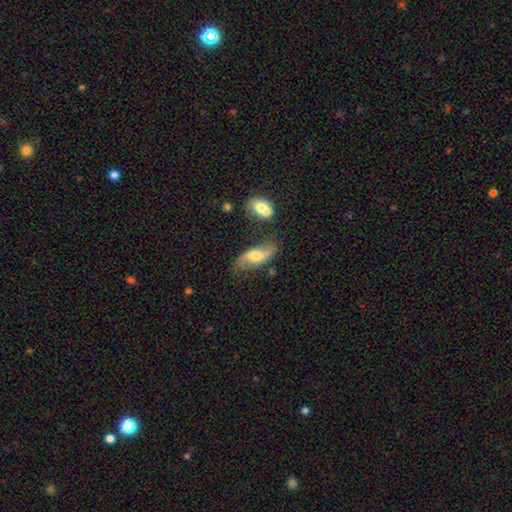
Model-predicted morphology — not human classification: featured or disk 71%, smooth 23%, star or artifact 6%. Down the decision tree: edge-on disk — no (91%); bar — no (47%); spiral arms — yes (90%); spiral arm count — 2 (91%); spiral winding — loose (78%); bulge size — moderate (62%); merging — none (60%).